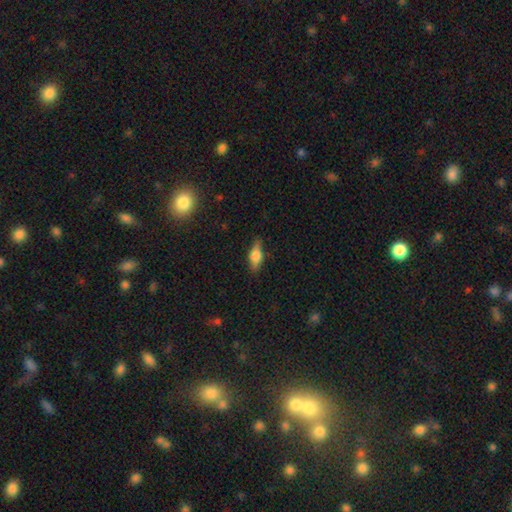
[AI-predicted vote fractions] The model was most divided on "smooth or featured": smooth: 56%, featured or disk: 35%, star or artifact: 9%. More confident: merging — none (81%); how rounded — in between (66%).